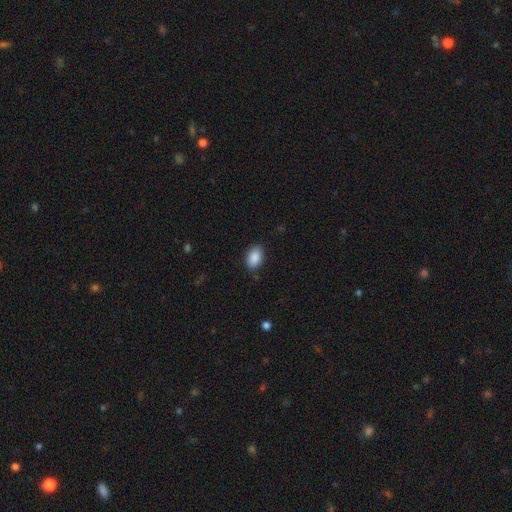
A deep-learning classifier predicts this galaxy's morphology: A smooth galaxy with no disk features (89%) that is in between round and cigar-shaped (86%). Merging: none (85%).